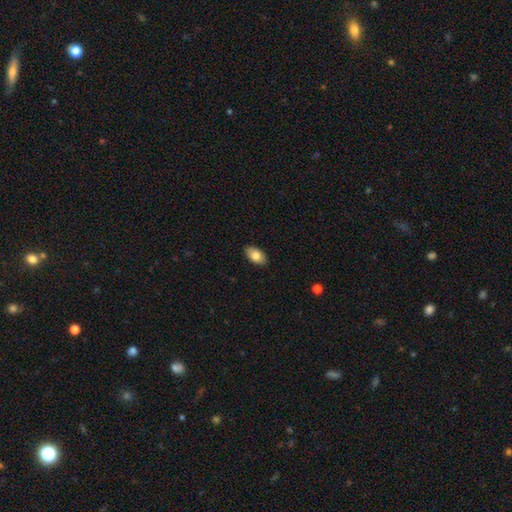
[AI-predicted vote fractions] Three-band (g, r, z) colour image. It shows a smooth galaxy with no disk features (79%) that is in between round and cigar-shaped (93%). Merging: none (89%).